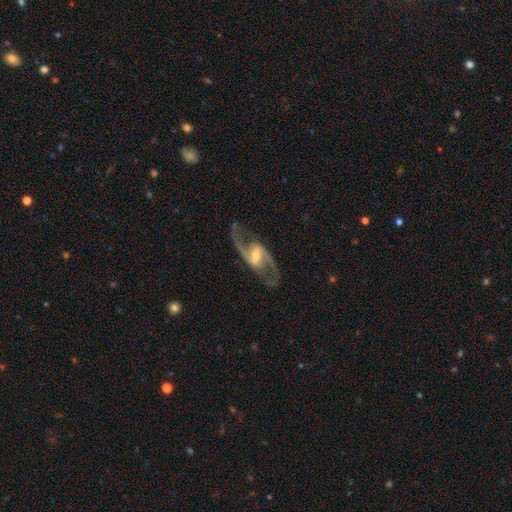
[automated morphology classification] Smooth or featured?
  - featured or disk: 91% *
  - smooth: 5%
  - star or artifact: 5%
Edge-on disk?
  - no: 95% *
  - yes: 5%
Bar?
  - weak: 46% *
  - strong: 37%
  - no: 18%
Spiral arms?
  - yes: 96% *
  - no: 4%
Spiral winding?
  - medium: 50% *
  - loose: 40%
  - tight: 9%
Spiral arm count?
  - 2: 94% *
  - can't tell: 2%
  - 1: 1%
  - 3: 1%
  - 4: 1%
  - more than 4: 1%
Bulge size?
  - moderate: 51% *
  - small: 41%
  - large: 5%
  - none: 2%
  - dominant: 1%
Merging?
  - none: 81% *
  - minor disturbance: 11%
  - major disturbance: 6%
  - merger: 1%